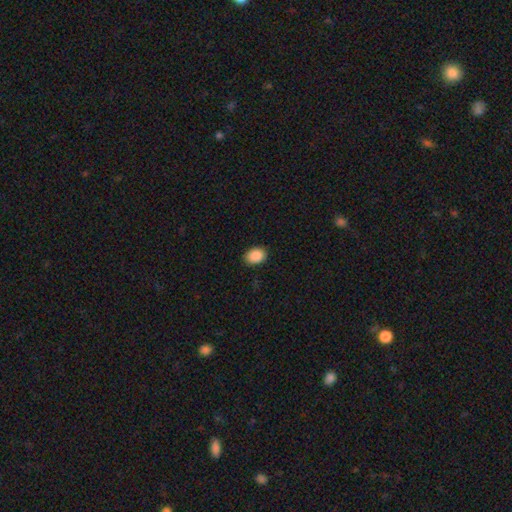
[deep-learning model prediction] Smooth or featured? smooth (90%)
How rounded? in between (76%)
Merging? none (88%)